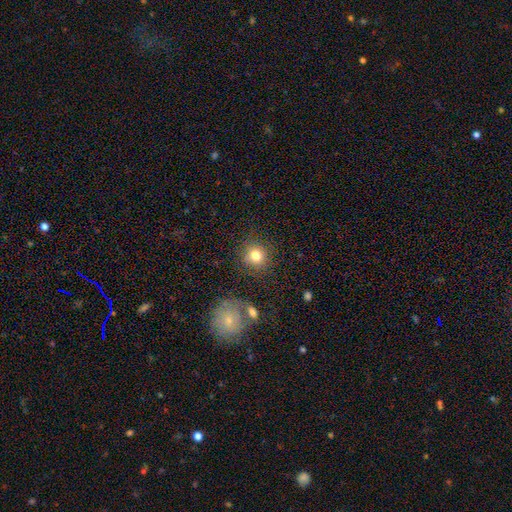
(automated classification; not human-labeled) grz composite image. It shows a smooth galaxy with no disk features (81%) that is round (90%). Merging: none (79%).